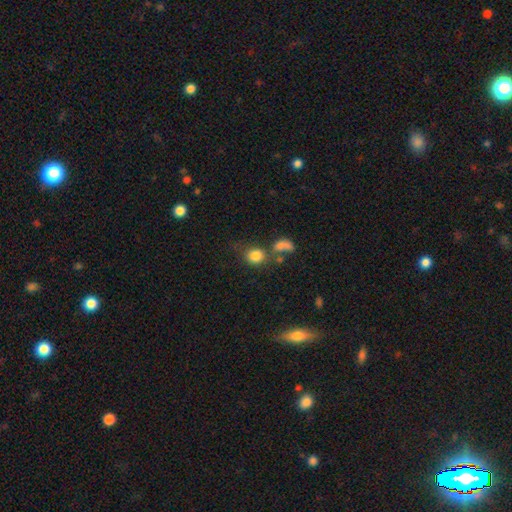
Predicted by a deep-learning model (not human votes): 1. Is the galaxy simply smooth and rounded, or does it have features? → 81% smooth, 11% star or artifact, 8% featured or disk.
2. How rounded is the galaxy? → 73% round, 26% in between, 1% cigar-shaped.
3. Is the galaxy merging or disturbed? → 50% none, 28% merger, 13% minor disturbance, 9% major disturbance.